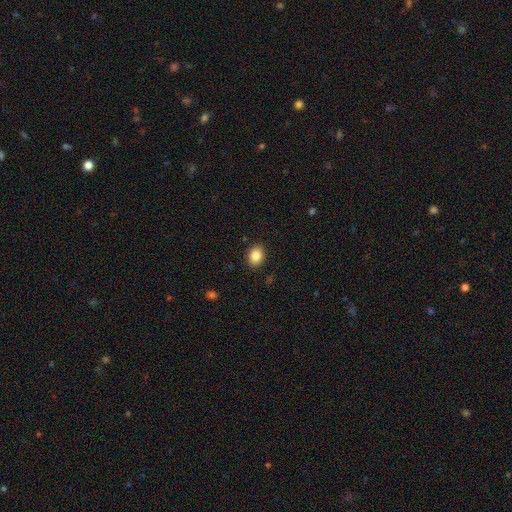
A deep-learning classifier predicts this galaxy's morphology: Smooth or featured? smooth (86%)
How rounded? in between (57%)
Merging? none (90%)